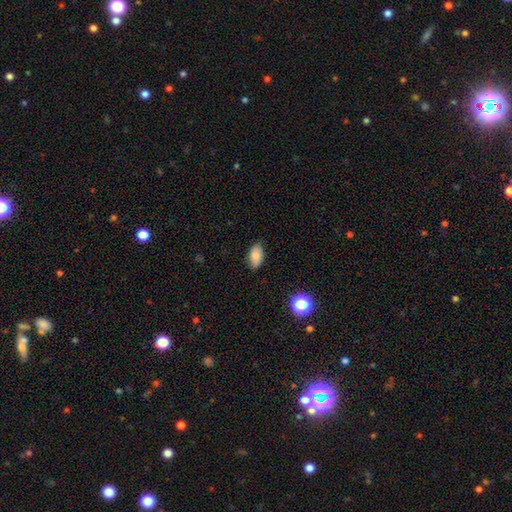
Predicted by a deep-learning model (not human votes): Q: Smooth or featured?
A: smooth (84%); runner-up: star or artifact (9%)
Q: How rounded?
A: in between (92%); runner-up: round (5%)
Q: Merging?
A: none (83%); runner-up: minor disturbance (13%)